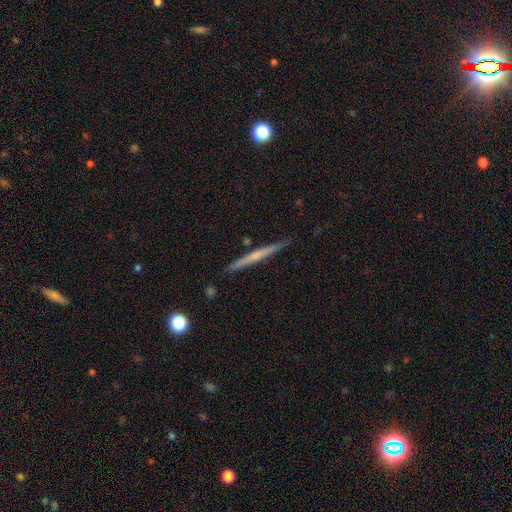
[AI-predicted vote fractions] Smooth or featured? featured or disk (50%)
Merging? none (90%)